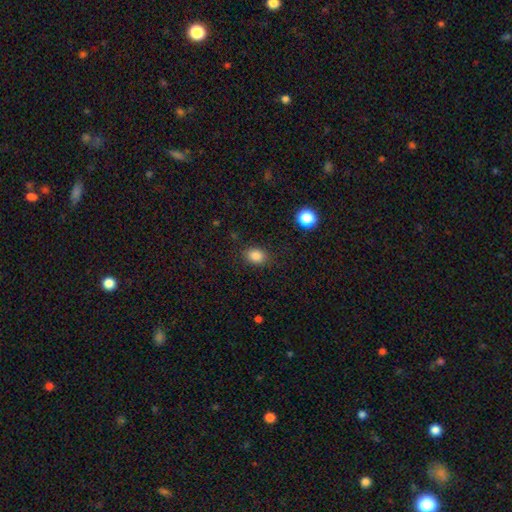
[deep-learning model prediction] Smooth or featured?
  - smooth: 85% *
  - star or artifact: 11%
  - featured or disk: 5%
How rounded?
  - in between: 62% *
  - round: 37%
  - cigar-shaped: 1%
Merging?
  - none: 84% *
  - minor disturbance: 11%
  - major disturbance: 4%
  - merger: 1%